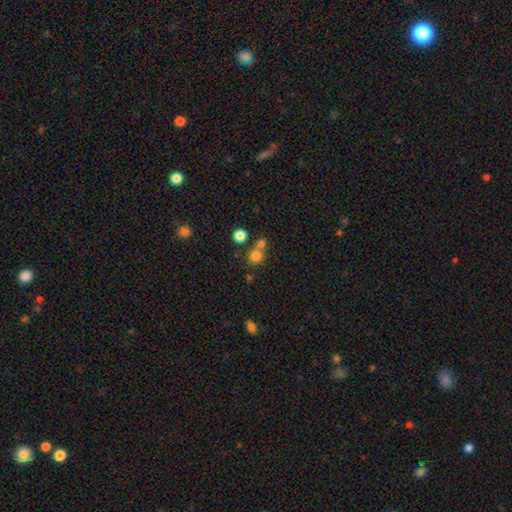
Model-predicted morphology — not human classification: Smooth or featured?
  - smooth: 76% *
  - star or artifact: 15%
  - featured or disk: 9%
How rounded?
  - round: 85% *
  - in between: 14%
  - cigar-shaped: 1%
Merging?
  - none: 55% *
  - merger: 34%
  - minor disturbance: 8%
  - major disturbance: 4%